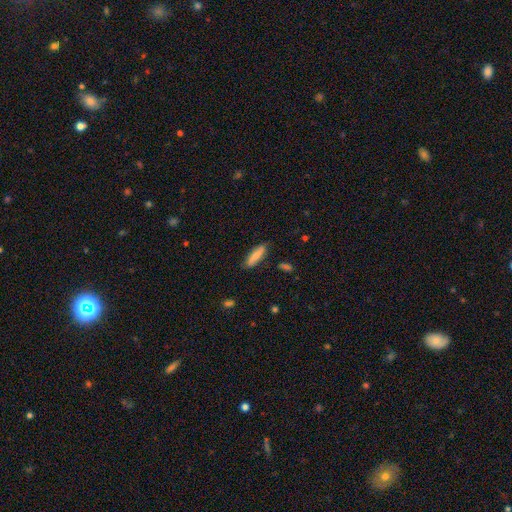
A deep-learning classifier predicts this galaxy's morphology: smooth_or_featured: smooth (p=0.76) [alt: featured or disk p=0.18]
how_rounded: cigar-shaped (p=0.56) [alt: in between p=0.42]
merging: none (p=0.83) [alt: minor disturbance p=0.13]